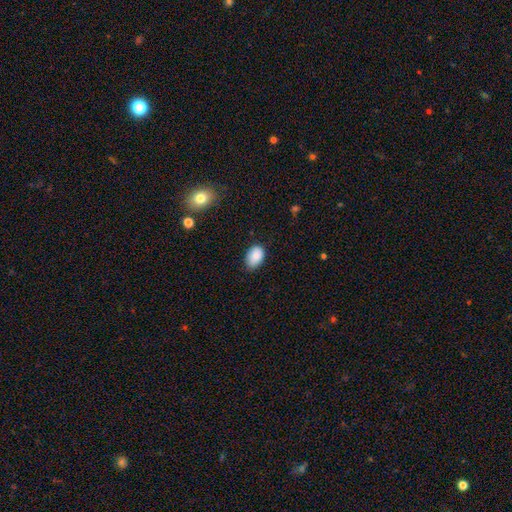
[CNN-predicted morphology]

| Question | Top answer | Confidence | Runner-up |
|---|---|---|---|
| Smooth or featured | smooth | 86% | star or artifact (8%) |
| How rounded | in between | 86% | round (13%) |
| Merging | none | 64% | minor disturbance (30%) |